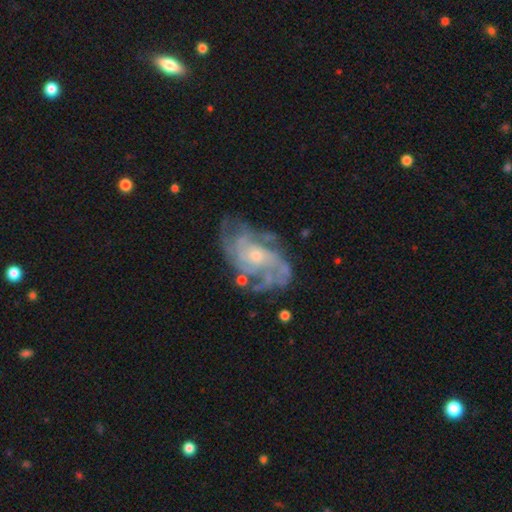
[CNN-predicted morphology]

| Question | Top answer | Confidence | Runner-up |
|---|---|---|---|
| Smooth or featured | featured or disk | 87% | smooth (7%) |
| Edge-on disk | no | 97% | yes (3%) |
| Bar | no | 74% | weak (22%) |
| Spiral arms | yes | 93% | no (7%) |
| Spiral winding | tight | 48% | medium (39%) |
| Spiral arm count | can't tell | 30% | 4 (22%) |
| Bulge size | small | 65% | moderate (29%) |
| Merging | none | 63% | minor disturbance (20%) |